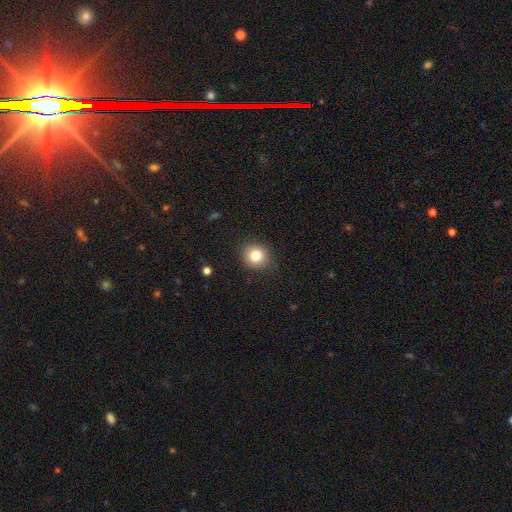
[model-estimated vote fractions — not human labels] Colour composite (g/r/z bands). It shows a smooth galaxy with no disk features (81%) that is round (84%). Merging: none (88%).